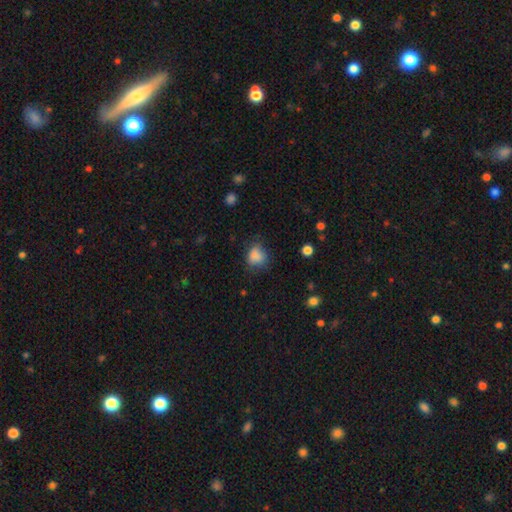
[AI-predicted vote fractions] Q: Smooth or featured?
A: smooth (83%); runner-up: star or artifact (11%)
Q: How rounded?
A: round (57%); runner-up: in between (42%)
Q: Merging?
A: none (60%); runner-up: minor disturbance (28%)